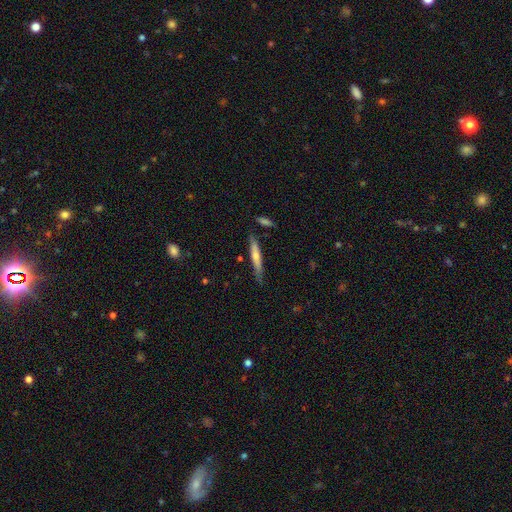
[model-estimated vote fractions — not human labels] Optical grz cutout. It shows a featured or disk galaxy (52%) viewed edge-on (93%). Merging: none (82%).